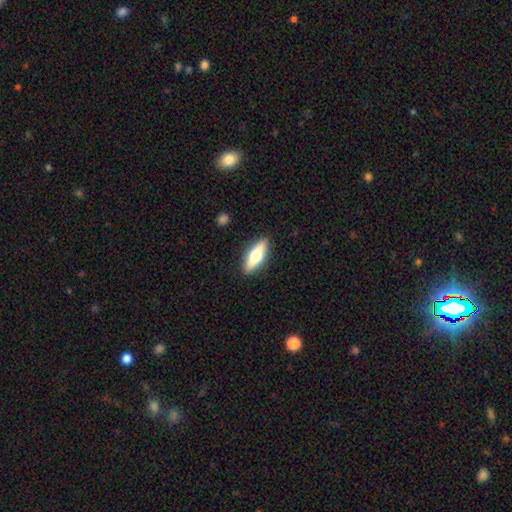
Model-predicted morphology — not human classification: smooth 50%, featured or disk 44%, star or artifact 6%. Down the decision tree: how rounded — in between (51%); merging — none (90%).